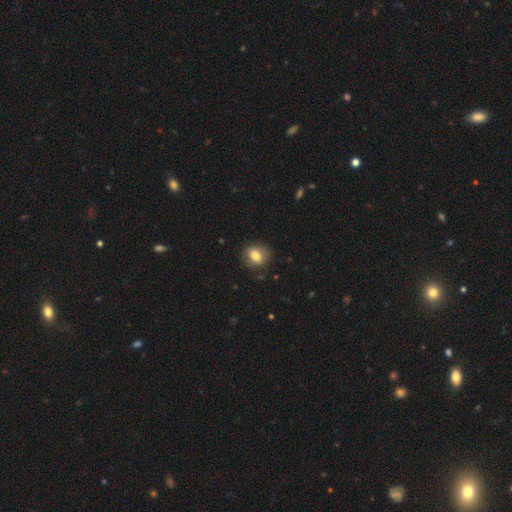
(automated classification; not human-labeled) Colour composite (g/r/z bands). It shows a smooth galaxy with no disk features (75%) that is round (56%). Merging: none (81%).